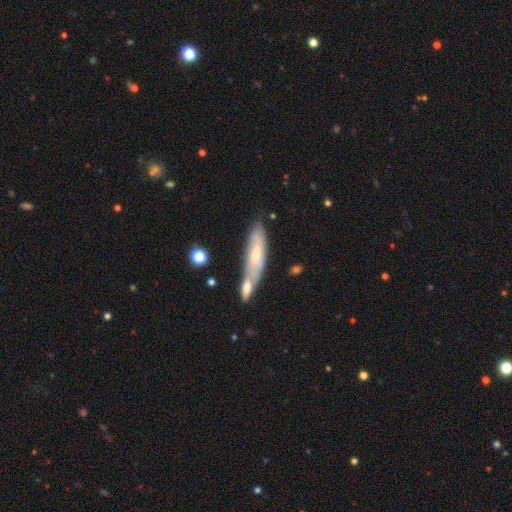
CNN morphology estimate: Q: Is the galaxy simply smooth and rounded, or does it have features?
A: smooth — 50%.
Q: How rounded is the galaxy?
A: cigar-shaped — 73%.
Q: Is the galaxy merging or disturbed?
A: none — 49%.